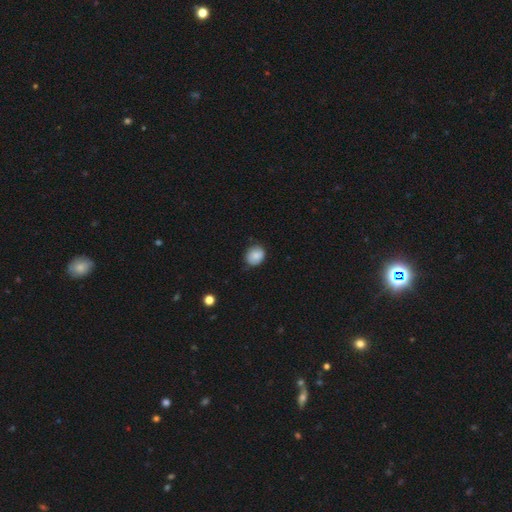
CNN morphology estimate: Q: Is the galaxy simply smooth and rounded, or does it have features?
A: smooth — 83%.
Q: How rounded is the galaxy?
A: round — 66%.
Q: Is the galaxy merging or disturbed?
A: none — 73%.